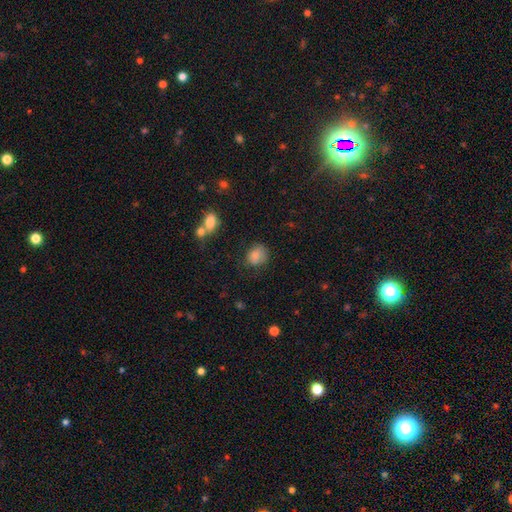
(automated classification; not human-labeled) Smooth or featured? Predicted: smooth (p=0.80). How rounded? Predicted: round (p=0.61). Merging? Predicted: none (p=0.60).